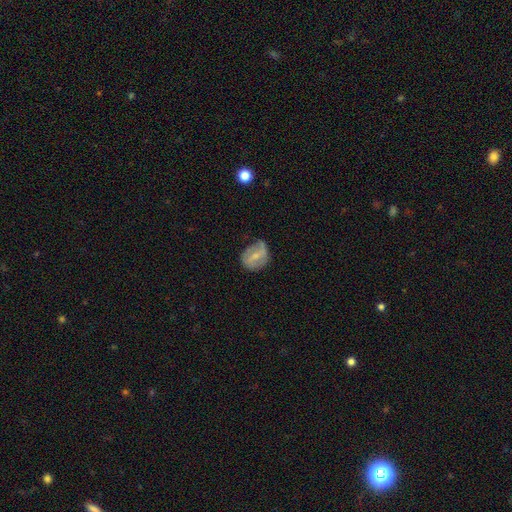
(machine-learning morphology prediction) Overall: featured or disk (50%; smooth 43%). Merging: none (50%; minor disturbance 34%).